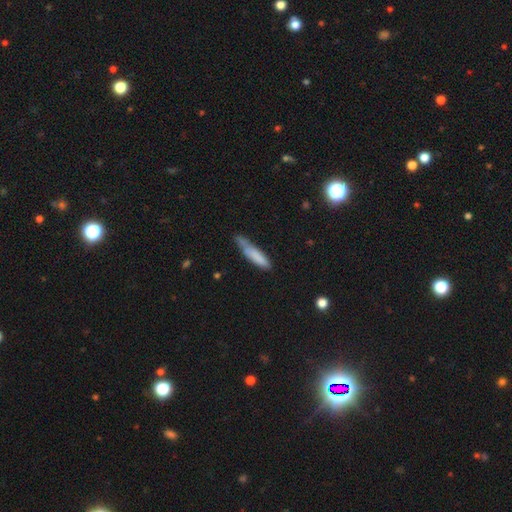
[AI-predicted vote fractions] A smooth galaxy with no disk features (76%) that is cigar-shaped (82%). Merging: none (48%).